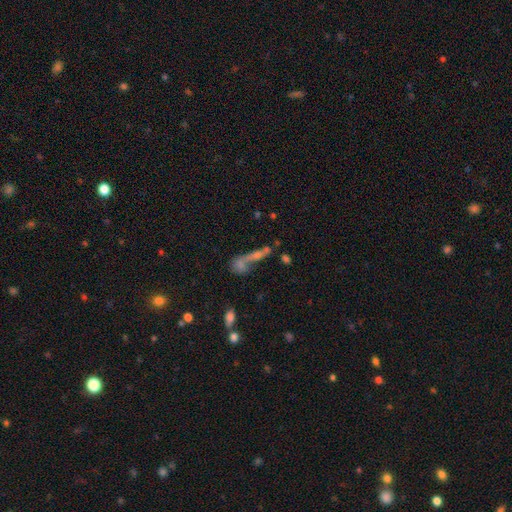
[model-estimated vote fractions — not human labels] smooth-or-featured: smooth: 47% | featured or disk: 32% | star or artifact: 21%
  merging: merger: 45% | none: 32% | major disturbance: 13% | minor disturbance: 10%